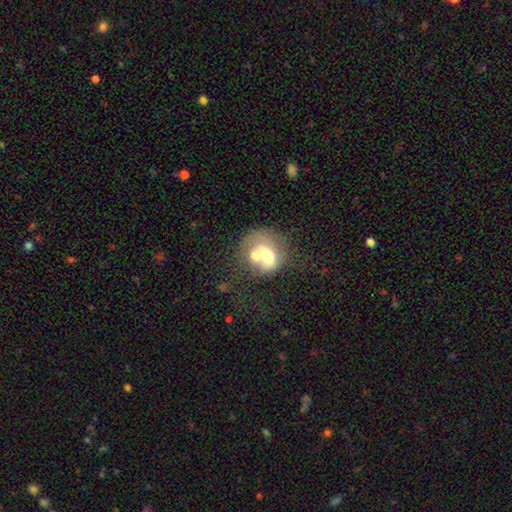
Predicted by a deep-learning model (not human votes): This is possibly a smooth galaxy (53%). How rounded: likely round (63%). Merging: likely merger (62%).